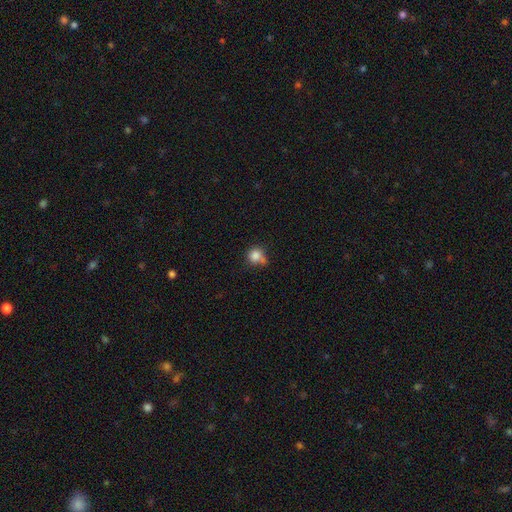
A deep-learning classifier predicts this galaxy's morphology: A smooth galaxy with no disk features (83%) that is round (85%). Merging: none (51%).